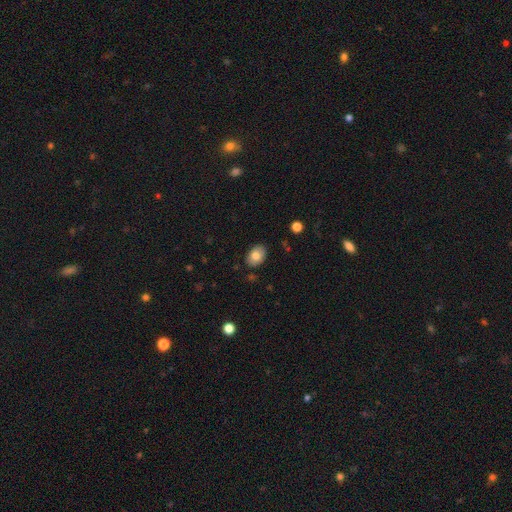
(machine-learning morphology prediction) The model was most divided on "smooth or featured": smooth: 78%, featured or disk: 14%, star or artifact: 7%. More confident: merging — none (85%); how rounded — in between (82%).